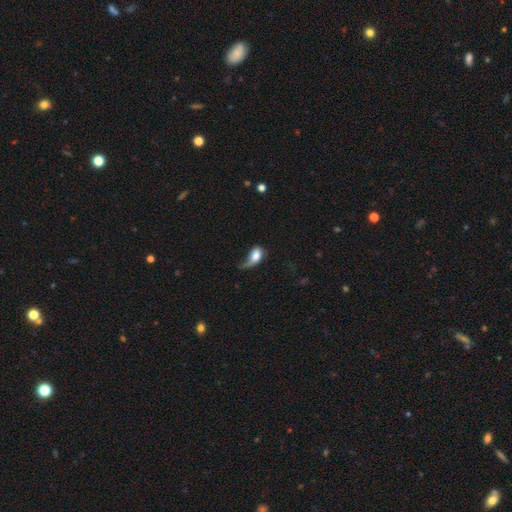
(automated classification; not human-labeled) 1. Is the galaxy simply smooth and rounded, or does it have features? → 66% smooth, 26% featured or disk, 8% star or artifact.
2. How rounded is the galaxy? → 81% in between, 15% round, 4% cigar-shaped.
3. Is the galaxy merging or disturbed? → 48% major disturbance, 27% minor disturbance, 19% none, 5% merger.